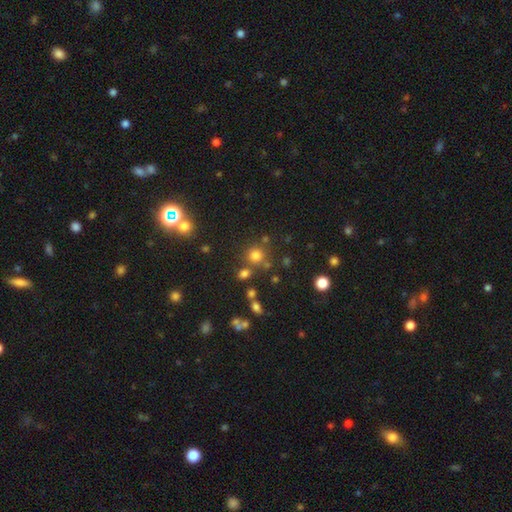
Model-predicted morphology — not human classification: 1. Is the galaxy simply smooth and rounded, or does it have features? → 74% smooth, 19% star or artifact, 7% featured or disk.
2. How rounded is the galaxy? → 90% round, 9% in between, 1% cigar-shaped.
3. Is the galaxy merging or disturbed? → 73% none, 13% merger, 10% minor disturbance, 4% major disturbance.